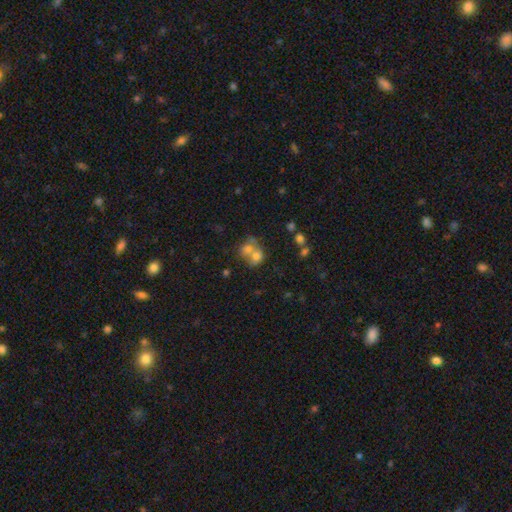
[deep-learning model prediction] Overall: smooth (63%; featured or disk 24%). How rounded: round (57%; in between 42%). Merging: merger (67%).